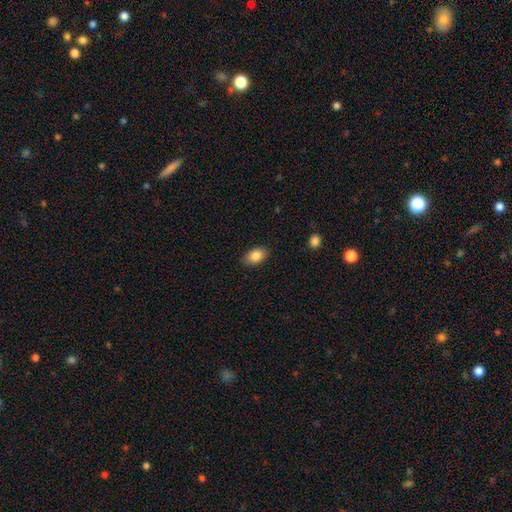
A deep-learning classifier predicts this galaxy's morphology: Smooth or featured? Predicted: smooth (p=0.86). How rounded? Predicted: in between (p=0.89). Merging? Predicted: none (p=0.86).